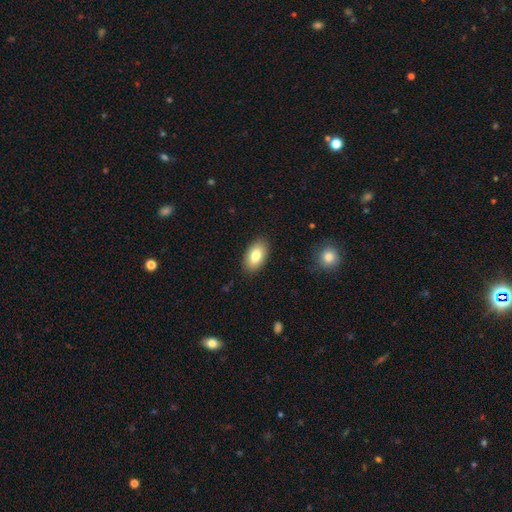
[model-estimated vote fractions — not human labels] Smooth or featured? Predicted: smooth (p=0.80). How rounded? Predicted: in between (p=0.92). Merging? Predicted: none (p=0.88).